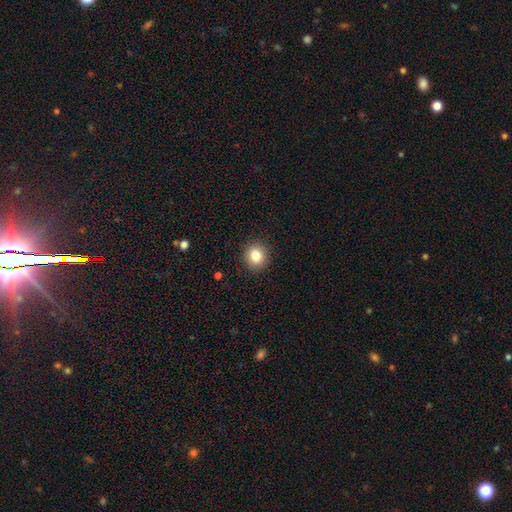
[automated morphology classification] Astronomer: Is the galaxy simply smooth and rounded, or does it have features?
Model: smooth — 83%.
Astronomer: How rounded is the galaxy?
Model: round — 81%.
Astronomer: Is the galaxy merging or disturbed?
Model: none — 90%.